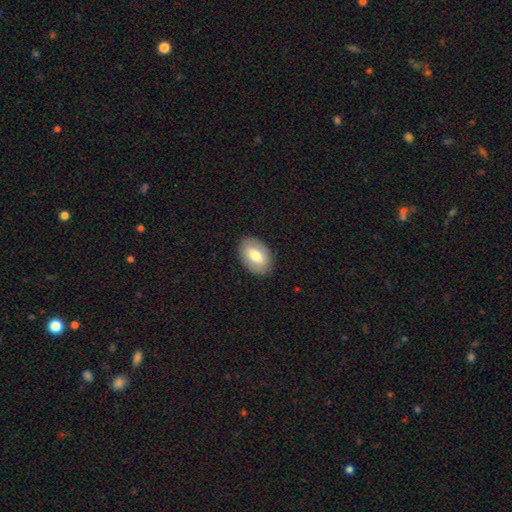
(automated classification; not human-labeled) smooth-or-featured: smooth: 66% | featured or disk: 28% | star or artifact: 6%
  how-rounded: in between: 89% | round: 10% | cigar-shaped: 1%
  merging: none: 87% | minor disturbance: 9% | major disturbance: 3% | merger: 1%